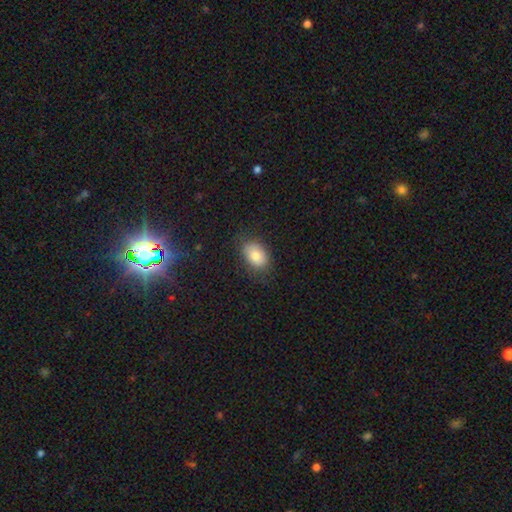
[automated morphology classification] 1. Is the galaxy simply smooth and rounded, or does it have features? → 80% smooth, 11% featured or disk, 9% star or artifact.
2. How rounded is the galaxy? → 81% in between, 17% round, 1% cigar-shaped.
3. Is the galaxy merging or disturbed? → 78% none, 16% minor disturbance, 5% major disturbance, 1% merger.